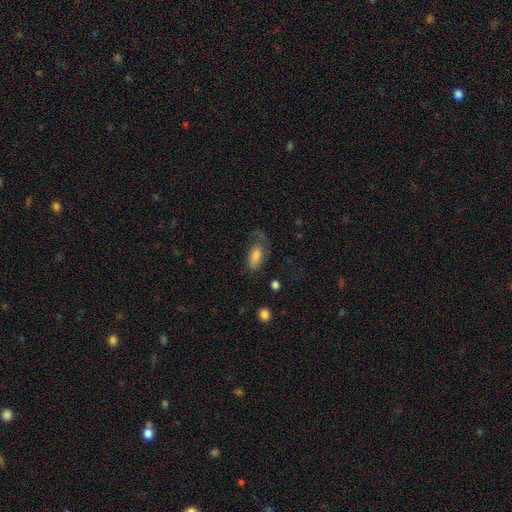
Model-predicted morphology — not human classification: smooth-or-featured: smooth: 65% | featured or disk: 25% | star or artifact: 10%
  how-rounded: in between: 83% | cigar-shaped: 13% | round: 4%
  merging: none: 41% | major disturbance: 32% | minor disturbance: 24% | merger: 3%